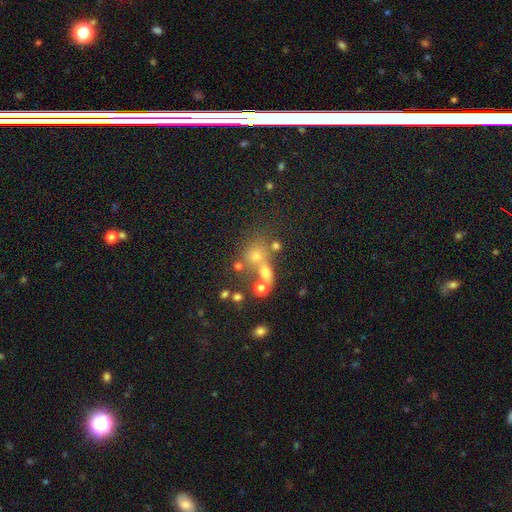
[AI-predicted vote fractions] Smooth or featured? Predicted: smooth (p=0.56). How rounded? Predicted: round (p=0.71). Merging? Predicted: none (p=0.41).